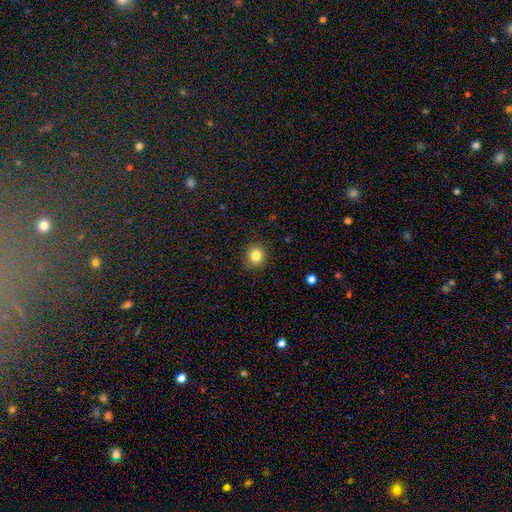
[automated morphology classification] The model was most divided on "smooth or featured": smooth: 83%, star or artifact: 11%, featured or disk: 6%. More confident: how rounded — round (91%); merging — none (90%).